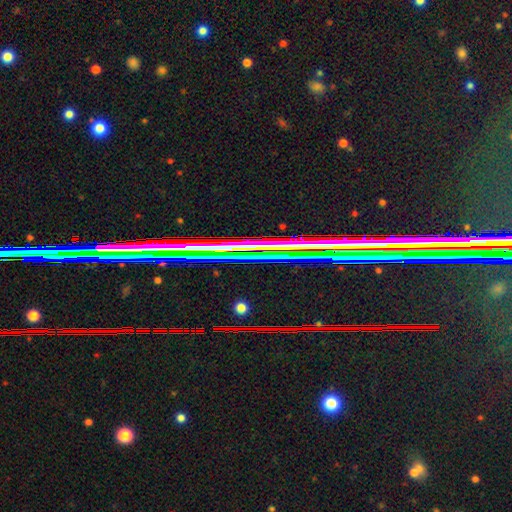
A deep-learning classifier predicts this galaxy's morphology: Smooth or featured: star or artifact — 77% (featured or disk — 14%)